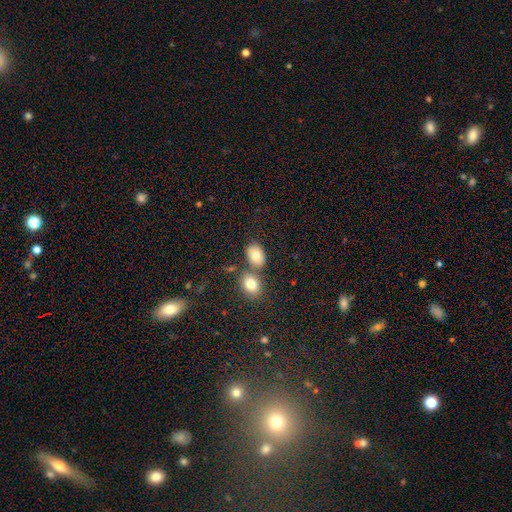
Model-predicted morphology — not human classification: Overall: smooth (81%). How rounded: in between (75%). Merging: none (60%; merger 26%).